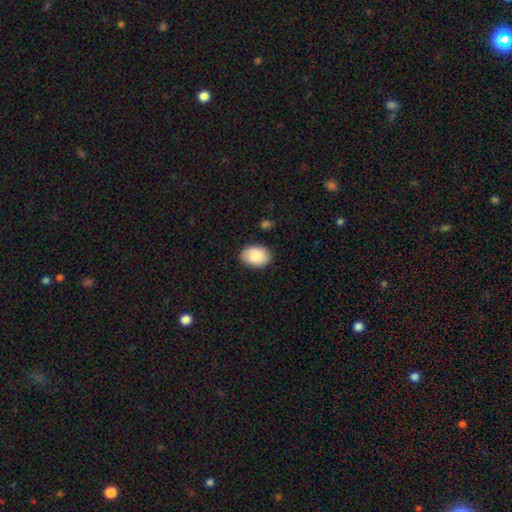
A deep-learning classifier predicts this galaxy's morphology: The model was most divided on "how rounded": in between: 78%, round: 21%, cigar-shaped: 1%. More confident: smooth or featured — smooth (89%); merging — none (87%).